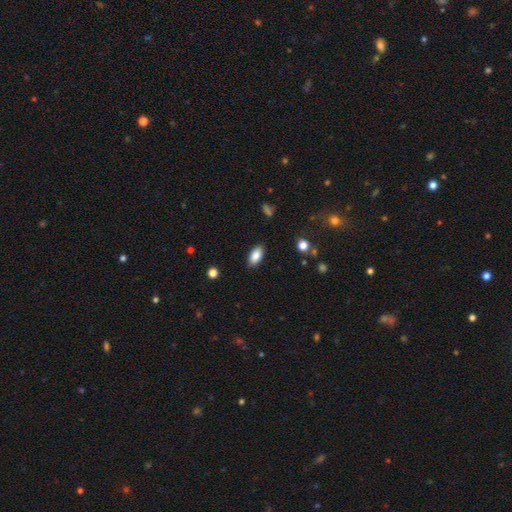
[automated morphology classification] Overall: smooth (85%). How rounded: in between (91%). Merging: none (87%).